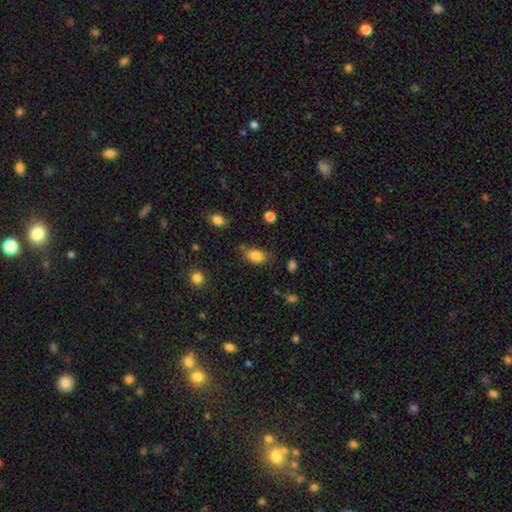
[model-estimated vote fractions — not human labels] smooth-or-featured: smooth: 84% | star or artifact: 9% | featured or disk: 6%
  how-rounded: in between: 84% | round: 14% | cigar-shaped: 1%
  merging: none: 70% | minor disturbance: 19% | merger: 6% | major disturbance: 5%